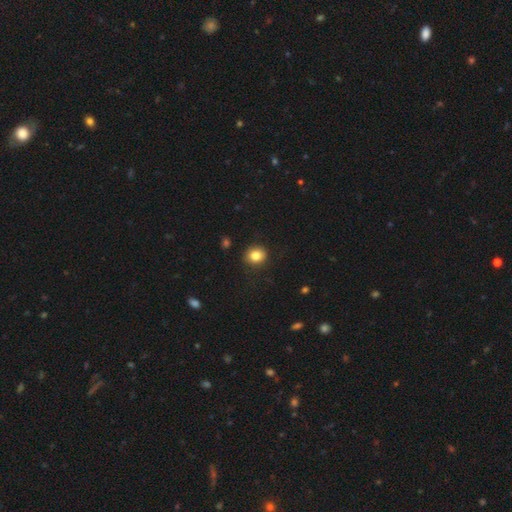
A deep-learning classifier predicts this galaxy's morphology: This appears to be a smooth galaxy with no disk features (84%) that is round (79%). Merging: none (88%).